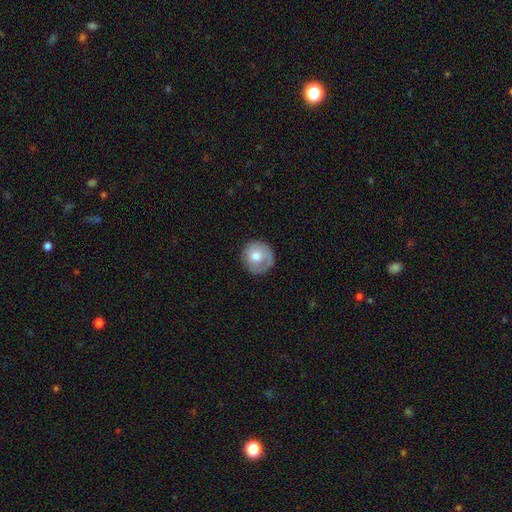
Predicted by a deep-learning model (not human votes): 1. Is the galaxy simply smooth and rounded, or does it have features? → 67% smooth, 26% featured or disk, 7% star or artifact.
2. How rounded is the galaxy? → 92% round, 7% in between, 1% cigar-shaped.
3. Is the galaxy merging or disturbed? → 73% none, 19% minor disturbance, 7% major disturbance, 1% merger.